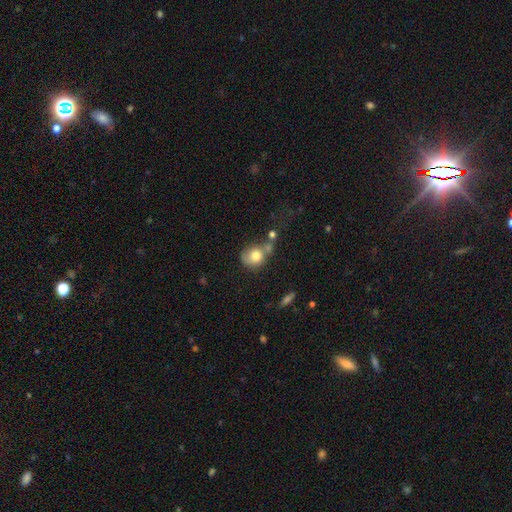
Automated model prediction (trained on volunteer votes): Smooth or featured?
  - smooth: 76% *
  - featured or disk: 16%
  - star or artifact: 8%
How rounded?
  - round: 72% *
  - in between: 26%
  - cigar-shaped: 1%
Merging?
  - none: 36% *
  - merger: 31%
  - minor disturbance: 20%
  - major disturbance: 13%